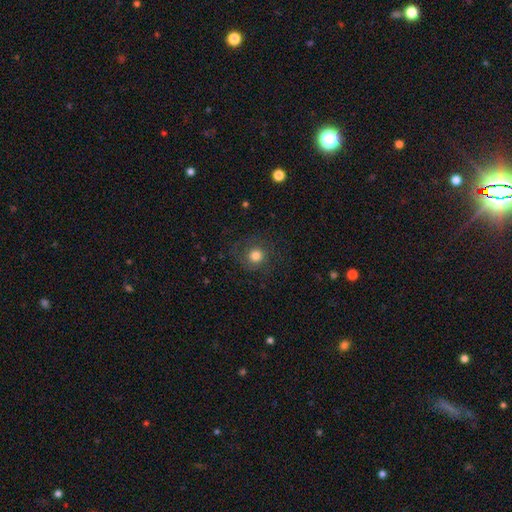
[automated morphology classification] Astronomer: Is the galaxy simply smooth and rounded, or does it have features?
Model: smooth — 70%.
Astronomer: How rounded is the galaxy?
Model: round — 91%.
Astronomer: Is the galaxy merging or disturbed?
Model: none — 75%.